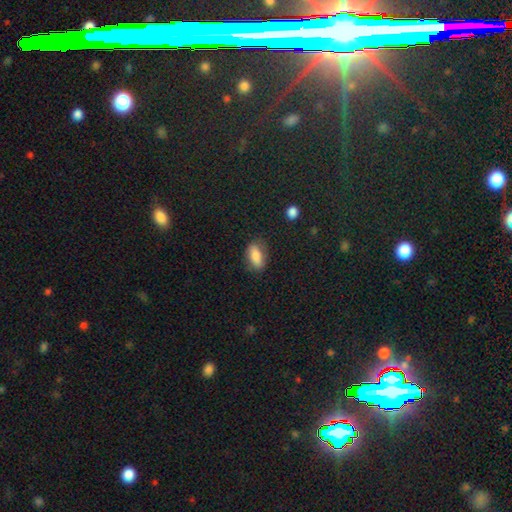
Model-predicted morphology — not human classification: A smooth galaxy with no disk features (79%) that is in between round and cigar-shaped (81%). Merging: none (79%).